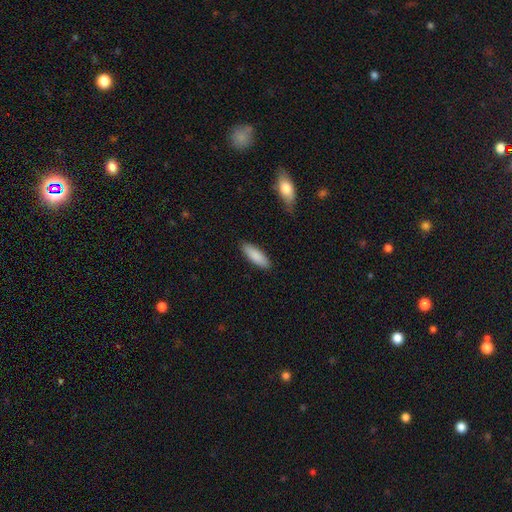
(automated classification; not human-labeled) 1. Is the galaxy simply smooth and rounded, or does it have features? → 87% smooth, 7% featured or disk, 6% star or artifact.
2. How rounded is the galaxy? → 53% in between, 45% cigar-shaped, 1% round.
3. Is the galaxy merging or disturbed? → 87% none, 9% minor disturbance, 2% major disturbance, 1% merger.